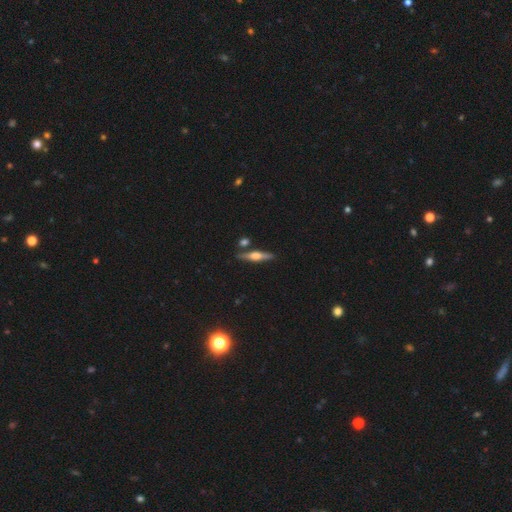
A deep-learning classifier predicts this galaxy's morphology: A featured or disk galaxy (64%) viewed edge-on (97%) with a rounded central bulge (88%). Merging: none (83%).